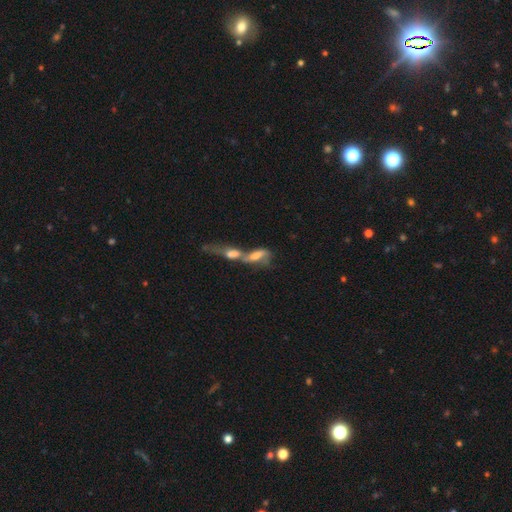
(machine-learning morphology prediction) The model was most divided on "smooth or featured": featured or disk: 47%, smooth: 42%, star or artifact: 11%. More confident: merging — merger (77%).